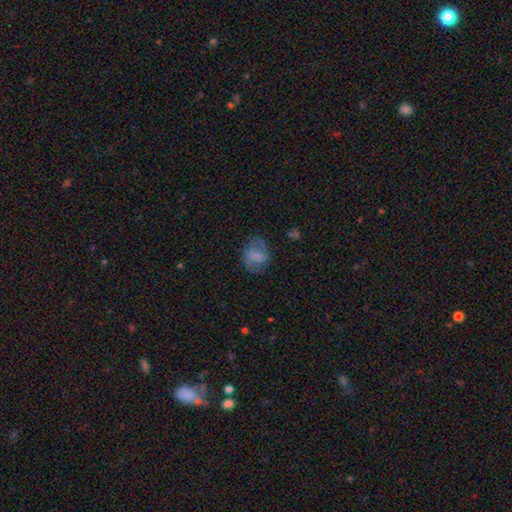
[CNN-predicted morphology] type=smooth (54%); roundness=round (50%); merging=none (60%).